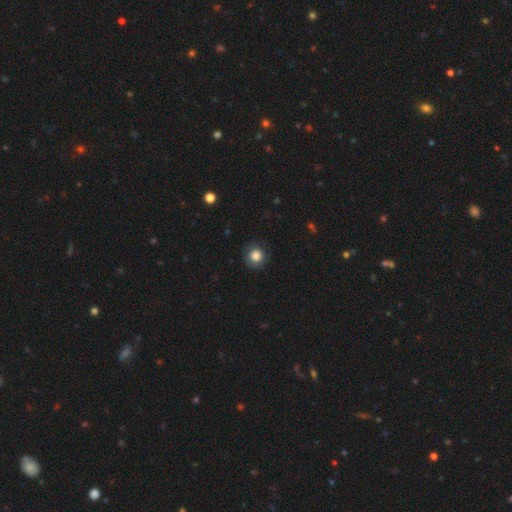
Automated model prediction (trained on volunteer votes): smooth-or-featured: smooth: 82% | star or artifact: 9% | featured or disk: 9%
  how-rounded: round: 91% | in between: 9% | cigar-shaped: 1%
  merging: none: 84% | minor disturbance: 12% | major disturbance: 4% | merger: 1%